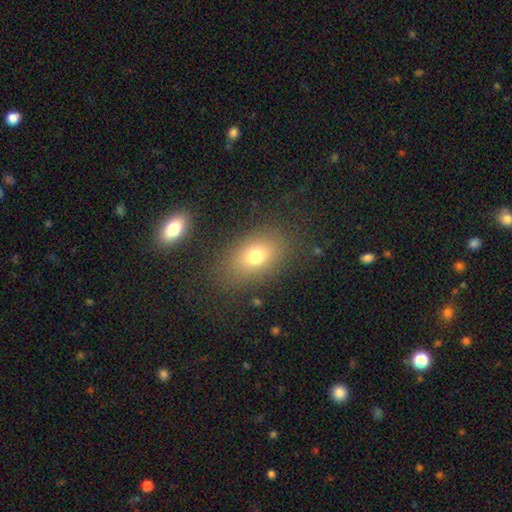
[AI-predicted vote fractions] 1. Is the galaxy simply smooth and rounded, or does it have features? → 73% smooth, 14% featured or disk, 13% star or artifact.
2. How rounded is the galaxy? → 78% in between, 20% round, 2% cigar-shaped.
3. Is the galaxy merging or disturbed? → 81% none, 11% minor disturbance, 5% major disturbance, 2% merger.